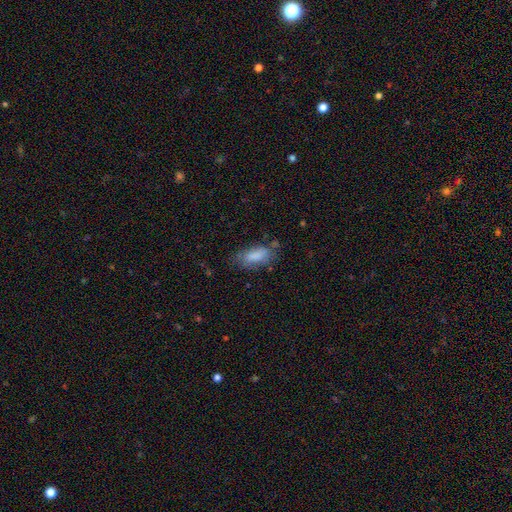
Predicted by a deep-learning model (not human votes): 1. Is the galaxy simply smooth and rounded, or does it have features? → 81% smooth, 12% featured or disk, 8% star or artifact.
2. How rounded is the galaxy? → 83% in between, 14% cigar-shaped, 3% round.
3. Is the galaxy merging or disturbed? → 60% none, 26% minor disturbance, 10% major disturbance, 4% merger.